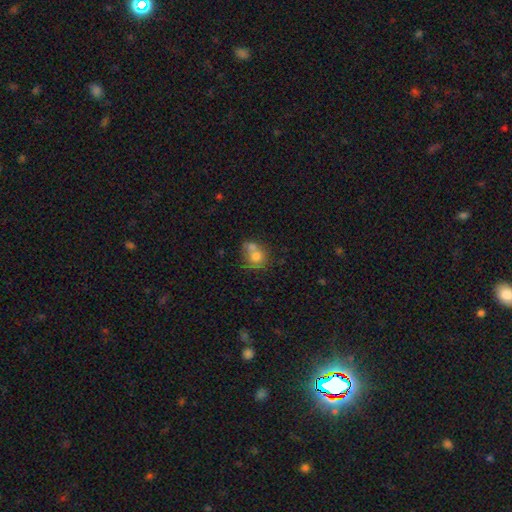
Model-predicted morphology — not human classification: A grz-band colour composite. It shows a smooth galaxy with no disk features (69%) that is round (75%). Merging: merger (45%).